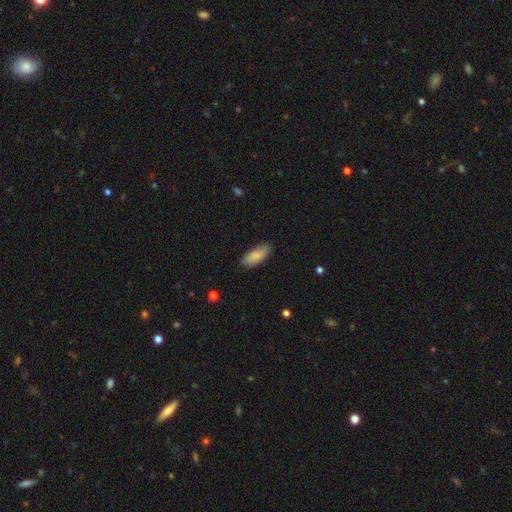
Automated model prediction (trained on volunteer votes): Q: Smooth or featured?
A: smooth (85%); runner-up: featured or disk (10%)
Q: How rounded?
A: in between (81%); runner-up: cigar-shaped (18%)
Q: Merging?
A: none (84%); runner-up: minor disturbance (13%)